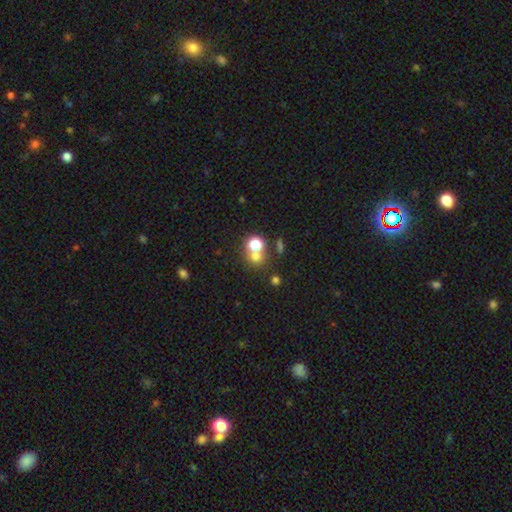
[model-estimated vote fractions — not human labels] A smooth galaxy with no disk features (66%) that is round (82%).

Vote fractions:
- Smooth or featured? smooth: 66% / star or artifact: 21% / featured or disk: 12%
- How rounded? round: 82% / in between: 17% / cigar-shaped: 1%
- Merging? none: 48% / merger: 41% / minor disturbance: 7% / major disturbance: 4%